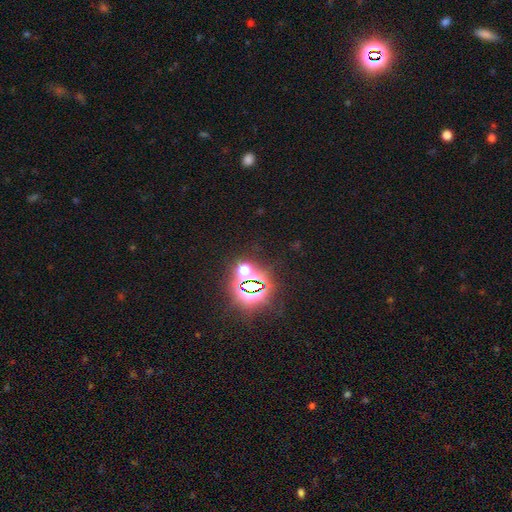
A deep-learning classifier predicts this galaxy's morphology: smooth_or_featured: star or artifact (p=0.81) [alt: smooth p=0.12]